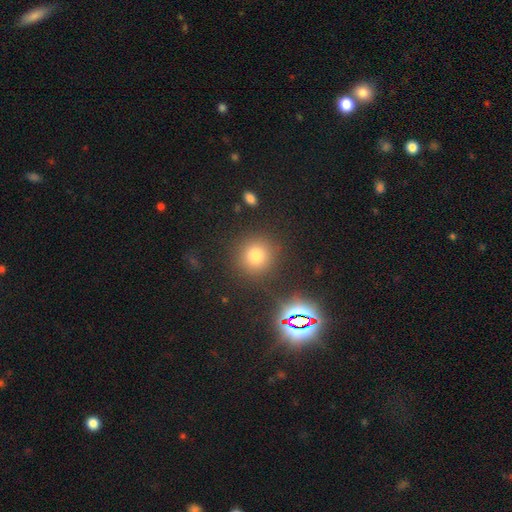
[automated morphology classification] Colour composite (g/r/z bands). It shows a smooth galaxy with no disk features (74%) that is round (90%). Merging: none (86%).